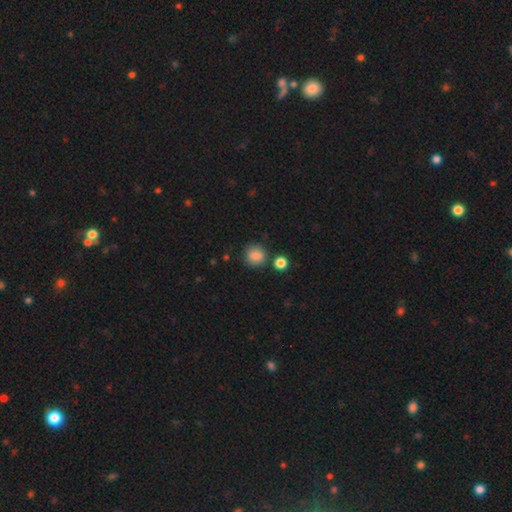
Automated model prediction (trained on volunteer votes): A smooth galaxy with no disk features (84%) that is round (81%).

Vote fractions:
- Smooth or featured? smooth: 84% / star or artifact: 10% / featured or disk: 6%
- How rounded? round: 81% / in between: 18% / cigar-shaped: 1%
- Merging? none: 77% / minor disturbance: 13% / merger: 7% / major disturbance: 4%